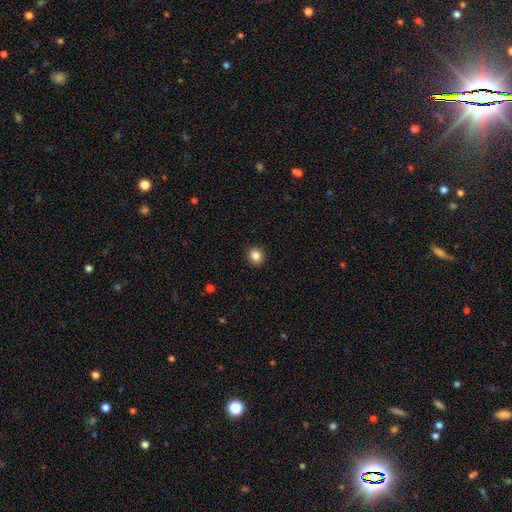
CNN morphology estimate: The model was most divided on "how rounded": round: 84%, in between: 15%, cigar-shaped: 1%. More confident: merging — none (92%); smooth or featured — smooth (86%).